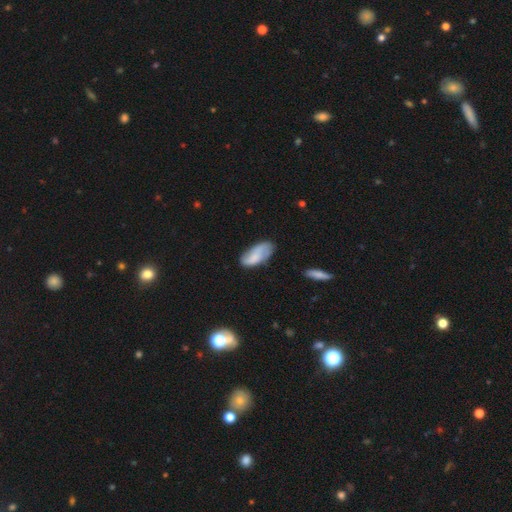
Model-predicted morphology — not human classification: type=smooth (63%); roundness=in between (90%); merging=none (61%).